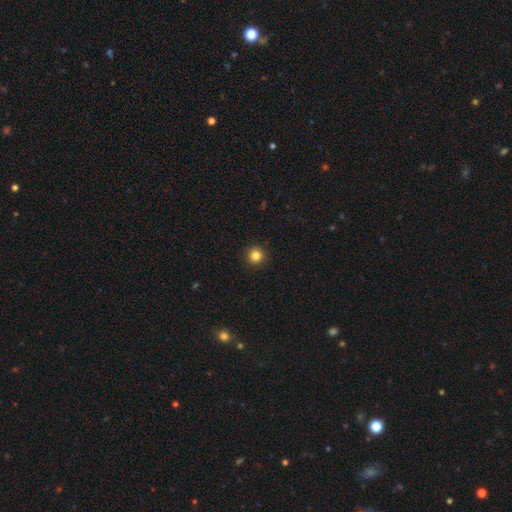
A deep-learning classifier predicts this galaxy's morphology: Smooth or featured? Predicted: smooth (p=0.83). How rounded? Predicted: round (p=0.96). Merging? Predicted: none (p=0.93).